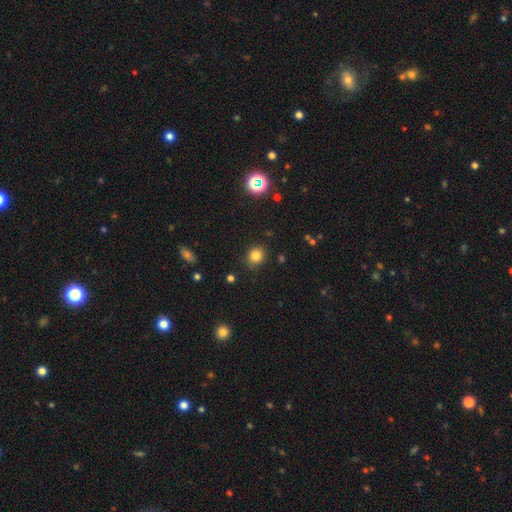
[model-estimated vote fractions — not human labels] The model was most divided on "how rounded": round: 82%, in between: 17%, cigar-shaped: 1%. More confident: merging — none (86%); smooth or featured — smooth (82%).